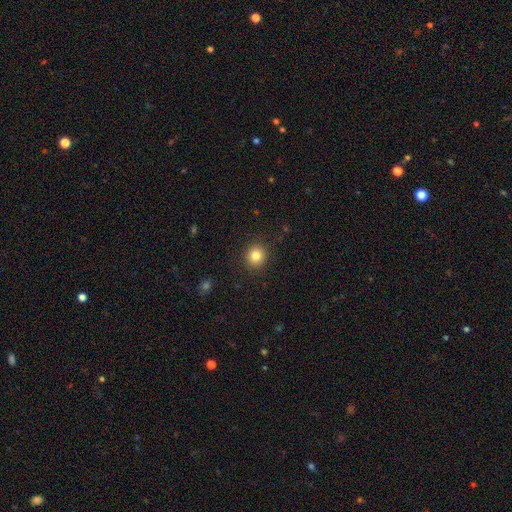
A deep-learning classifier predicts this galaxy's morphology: smooth 83%, star or artifact 11%, featured or disk 6%. Down the decision tree: how rounded — round (90%); merging — none (90%).